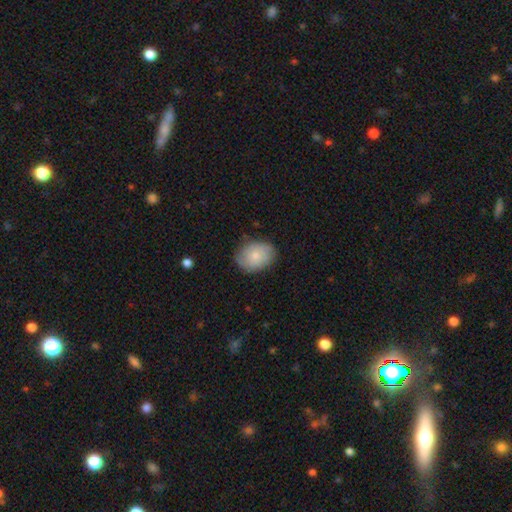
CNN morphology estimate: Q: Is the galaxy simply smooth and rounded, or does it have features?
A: smooth — 71%.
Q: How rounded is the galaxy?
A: in between — 64%.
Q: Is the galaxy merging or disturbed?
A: none — 79%.